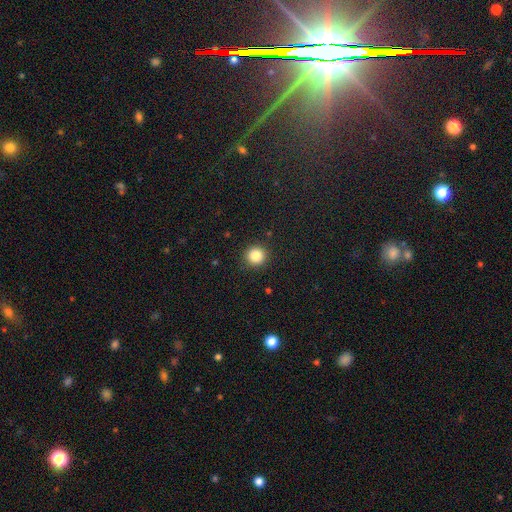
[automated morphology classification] type=smooth (84%); roundness=round (95%); merging=none (92%).